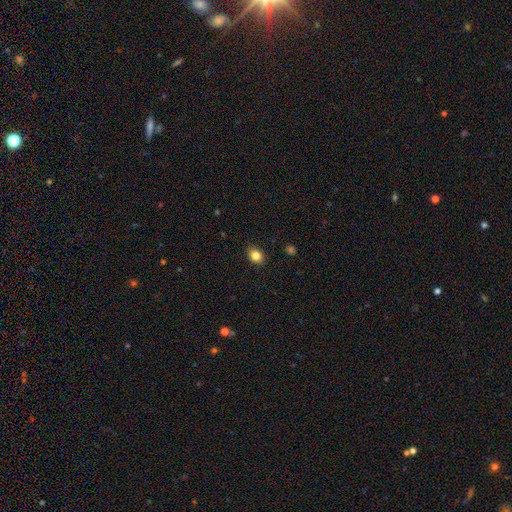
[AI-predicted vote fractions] smooth 83%, star or artifact 10%, featured or disk 6%. Down the decision tree: how rounded — in between (58%); merging — none (88%).